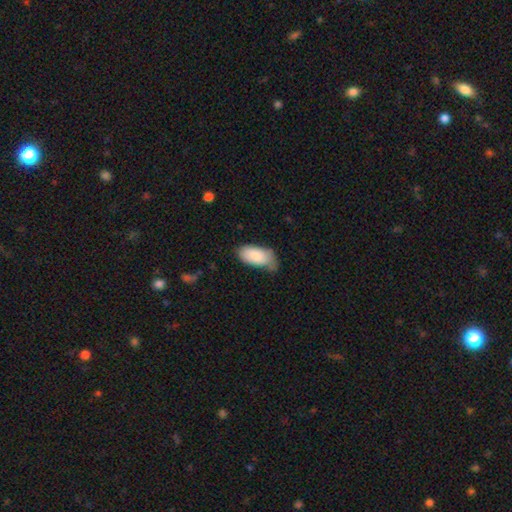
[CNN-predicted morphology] Smooth or featured? Predicted: smooth (p=0.86). How rounded? Predicted: in between (p=0.94). Merging? Predicted: none (p=0.44).